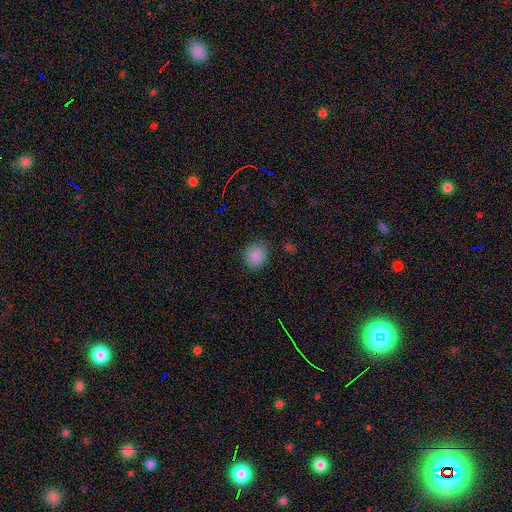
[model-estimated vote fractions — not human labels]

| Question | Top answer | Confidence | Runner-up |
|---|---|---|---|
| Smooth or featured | smooth | 87% | star or artifact (10%) |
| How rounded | round | 77% | in between (22%) |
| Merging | none | 82% | minor disturbance (13%) |